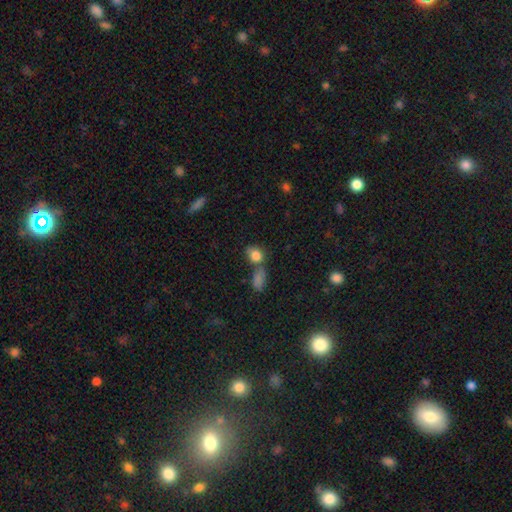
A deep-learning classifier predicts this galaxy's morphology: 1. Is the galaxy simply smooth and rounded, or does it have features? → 82% smooth, 10% star or artifact, 8% featured or disk.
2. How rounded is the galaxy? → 56% in between, 41% round, 2% cigar-shaped.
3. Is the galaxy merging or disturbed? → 42% none, 37% merger, 14% minor disturbance, 7% major disturbance.